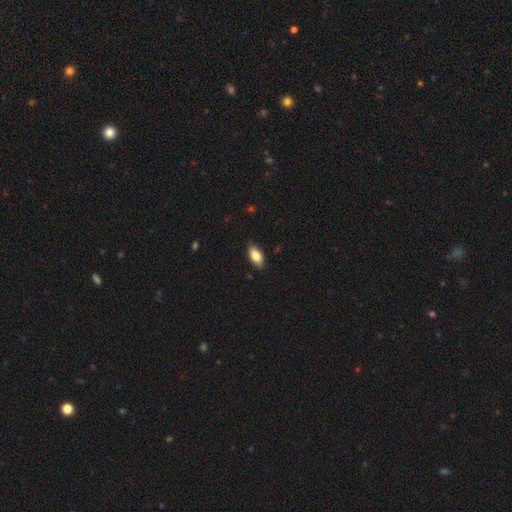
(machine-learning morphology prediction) Smooth or featured? Predicted: smooth (p=0.81). How rounded? Predicted: in between (p=0.89). Merging? Predicted: none (p=0.85).